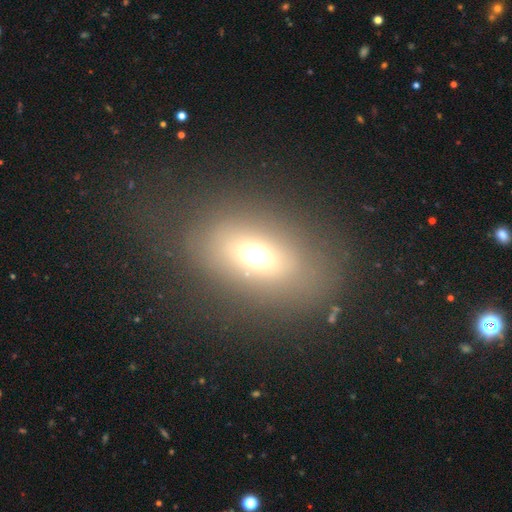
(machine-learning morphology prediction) A smooth galaxy with no disk features (63%) that is in between round and cigar-shaped (75%).

Vote fractions:
- Smooth or featured? smooth: 63% / featured or disk: 20% / star or artifact: 17%
- How rounded? in between: 75% / round: 22% / cigar-shaped: 3%
- Merging? none: 73% / minor disturbance: 13% / major disturbance: 11% / merger: 2%